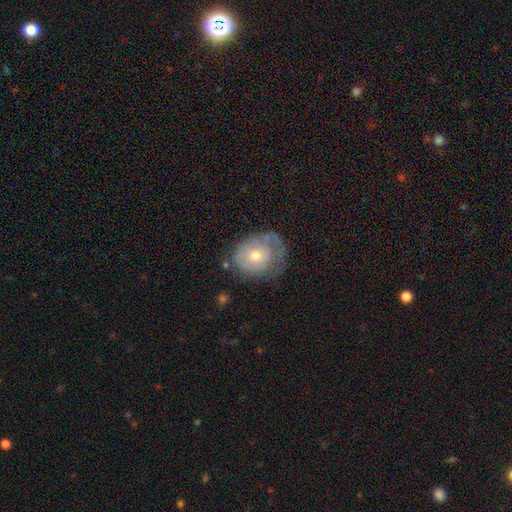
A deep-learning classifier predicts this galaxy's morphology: type=smooth (50%); merging=none (44%).